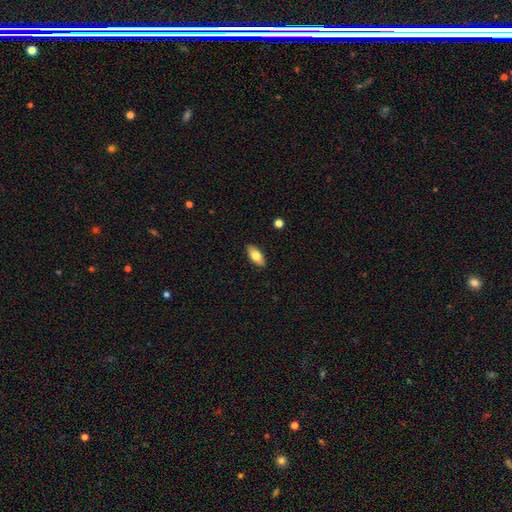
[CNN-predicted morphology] smooth 77%, featured or disk 16%, star or artifact 6%. Down the decision tree: how rounded — in between (87%); merging — none (89%).